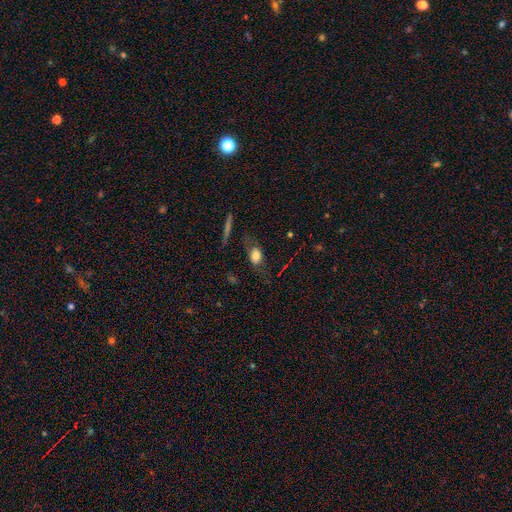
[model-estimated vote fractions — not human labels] The model was most divided on "merging": none: 61%, minor disturbance: 21%, major disturbance: 14%, merger: 3%. More confident: how rounded — in between (80%); smooth or featured — smooth (70%).